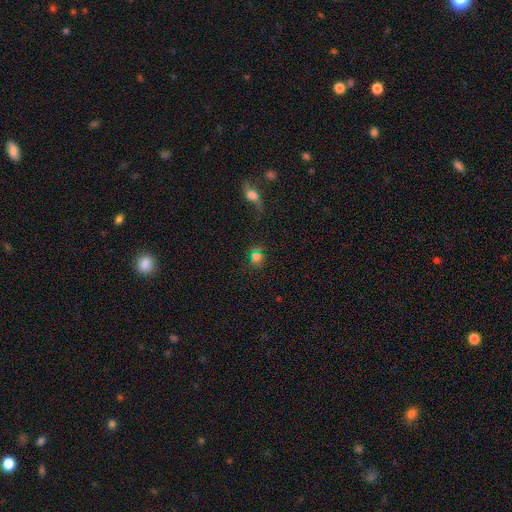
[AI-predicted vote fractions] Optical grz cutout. It shows a smooth galaxy with no disk features (55%) that is round (63%). Merging: none (68%).